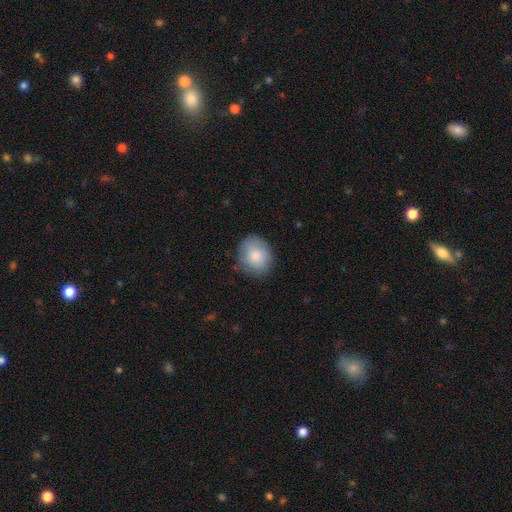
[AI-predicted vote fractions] A smooth galaxy with no disk features (81%) that is round (64%). Merging: none (74%).